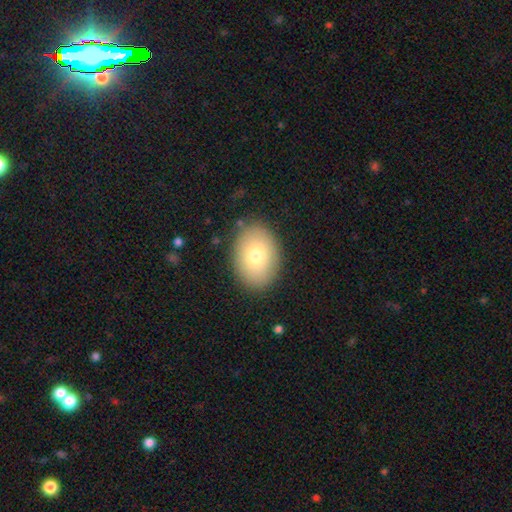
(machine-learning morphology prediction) smooth-or-featured: smooth: 77% | featured or disk: 16% | star or artifact: 8%
  how-rounded: in between: 79% | round: 20% | cigar-shaped: 1%
  merging: none: 87% | minor disturbance: 9% | major disturbance: 3% | merger: 1%